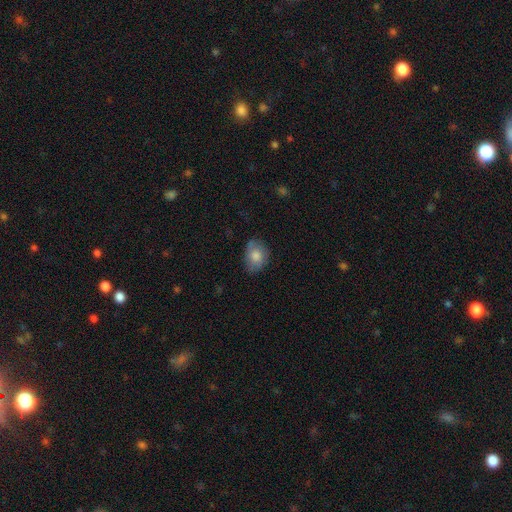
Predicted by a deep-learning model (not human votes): Smooth or featured: smooth — 75% (featured or disk — 17%)
How rounded: in between — 72% (round — 27%)
Merging: none — 67% (minor disturbance — 25%)